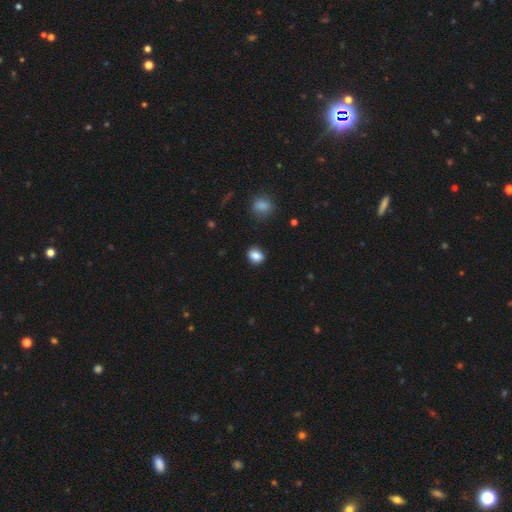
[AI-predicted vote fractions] smooth-or-featured: smooth: 85% | star or artifact: 9% | featured or disk: 5%
  how-rounded: in between: 53% | round: 46% | cigar-shaped: 1%
  merging: none: 85% | minor disturbance: 11% | major disturbance: 2% | merger: 2%